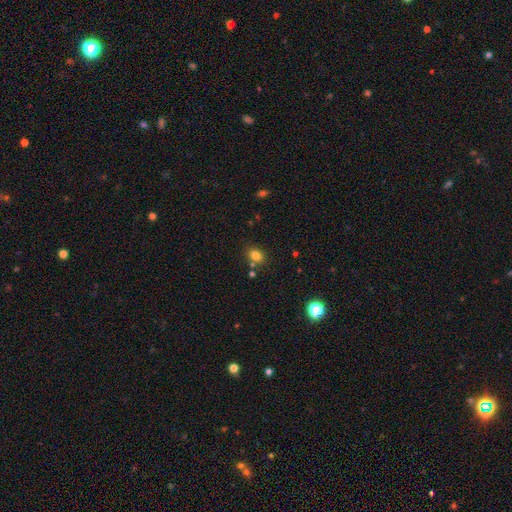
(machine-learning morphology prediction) This appears to be a smooth galaxy with no disk features (80%) that is in between round and cigar-shaped (56%). Merging: none (72%).